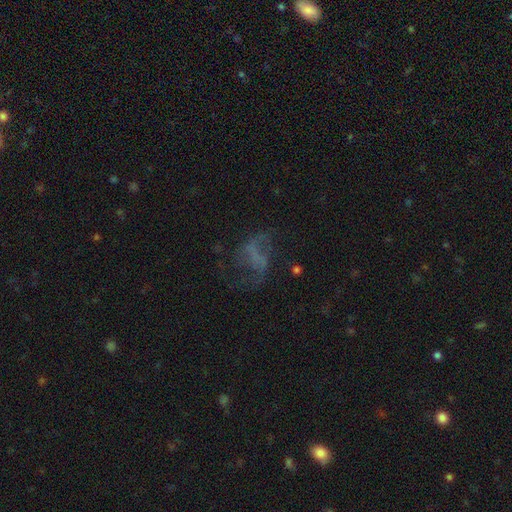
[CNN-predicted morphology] smooth-or-featured: featured or disk: 58% | smooth: 21% | star or artifact: 20%
  disk-edge-on: no: 97% | yes: 3%
    bar: no: 51% | weak: 31% | strong: 19%
    has-spiral-arms: yes: 62% | no: 38%
    bulge-size: none: 76% | small: 13% | moderate: 6% | large: 3% | dominant: 2%
  merging: none: 48% | major disturbance: 32% | minor disturbance: 17% | merger: 3%